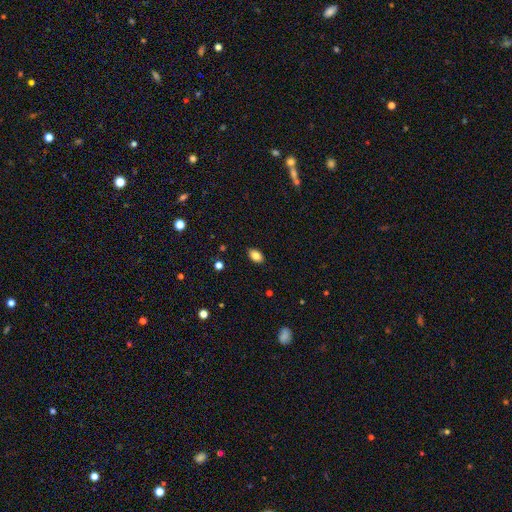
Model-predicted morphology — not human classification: Smooth or featured: smooth — 84% (star or artifact — 9%)
How rounded: in between — 89% (round — 10%)
Merging: none — 88% (minor disturbance — 9%)